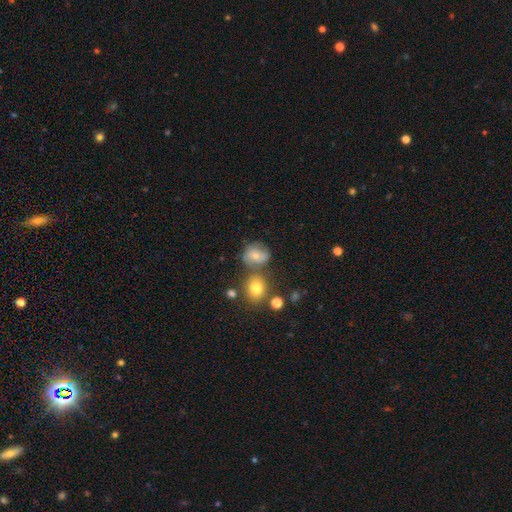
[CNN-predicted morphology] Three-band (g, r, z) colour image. It shows a smooth galaxy with no disk features (62%) that is round (70%). Merging: none (54%).